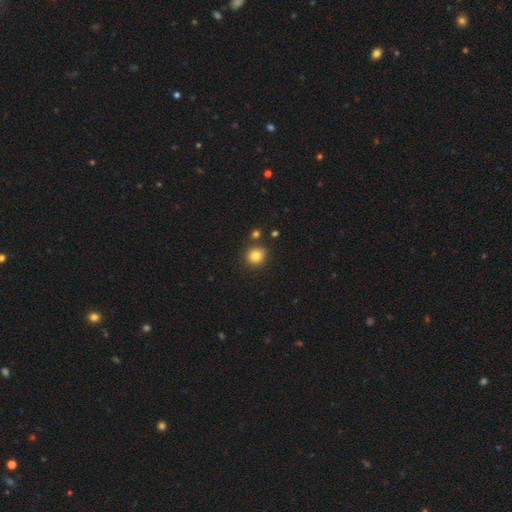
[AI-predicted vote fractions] Overall: smooth (82%). How rounded: round (86%). Merging: none (80%).